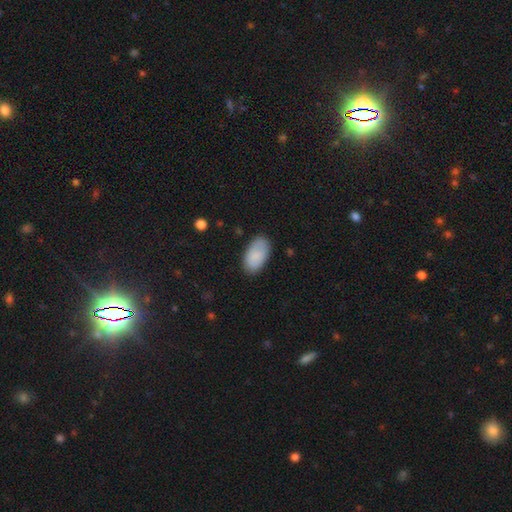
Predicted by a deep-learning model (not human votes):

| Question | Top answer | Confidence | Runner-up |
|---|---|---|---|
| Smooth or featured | smooth | 84% | featured or disk (10%) |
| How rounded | in between | 95% | round (3%) |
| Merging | none | 82% | minor disturbance (14%) |